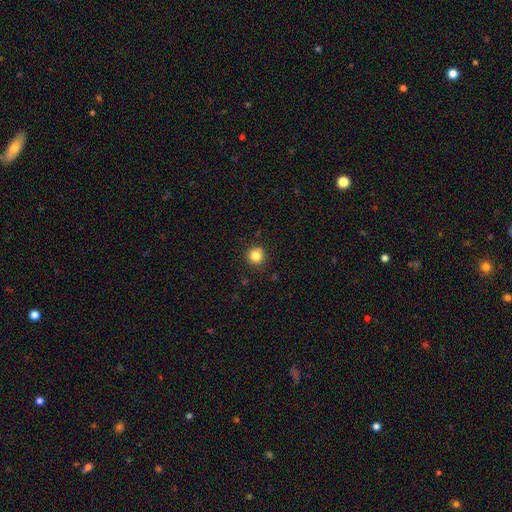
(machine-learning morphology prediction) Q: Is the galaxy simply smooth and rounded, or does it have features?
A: smooth — 83%.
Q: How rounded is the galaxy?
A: round — 94%.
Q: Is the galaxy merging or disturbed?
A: none — 90%.